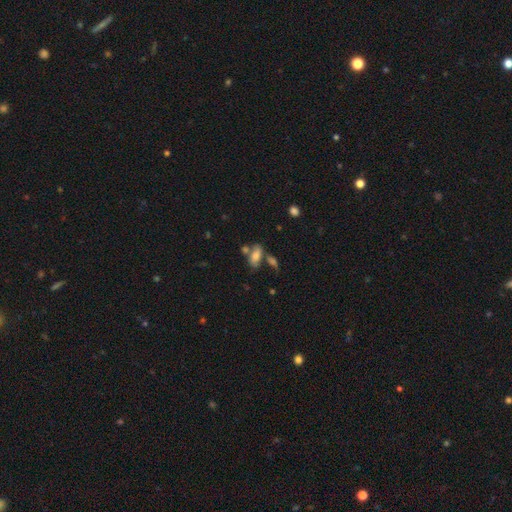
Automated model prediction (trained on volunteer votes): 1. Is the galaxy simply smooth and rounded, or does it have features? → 70% smooth, 19% featured or disk, 10% star or artifact.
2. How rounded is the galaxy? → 86% in between, 9% cigar-shaped, 5% round.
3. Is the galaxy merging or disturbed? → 45% none, 28% merger, 18% minor disturbance, 9% major disturbance.